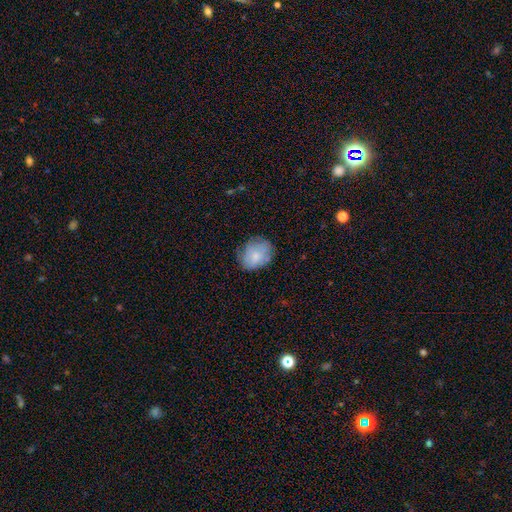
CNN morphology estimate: smooth_or_featured: smooth (p=0.72) [alt: featured or disk p=0.21]
how_rounded: in between (p=0.53) [alt: round p=0.46]
merging: none (p=0.67) [alt: minor disturbance p=0.24]